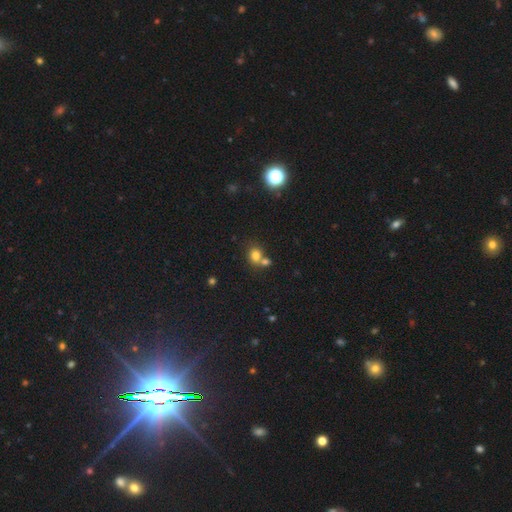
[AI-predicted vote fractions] Overall: smooth (76%). How rounded: round (71%). Merging: merger (45%; none 44%).